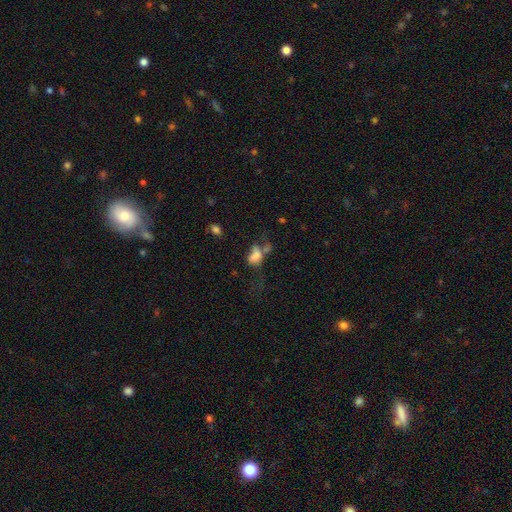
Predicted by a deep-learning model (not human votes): This is likely a smooth galaxy (64%). How rounded: likely in between (80%). Merging: marginally merger (33%).